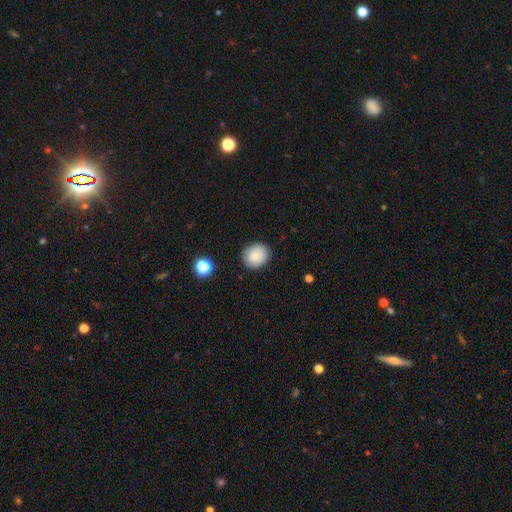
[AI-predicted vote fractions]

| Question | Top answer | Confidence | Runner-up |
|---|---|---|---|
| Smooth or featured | smooth | 85% | star or artifact (8%) |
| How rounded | round | 79% | in between (20%) |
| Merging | none | 88% | minor disturbance (8%) |